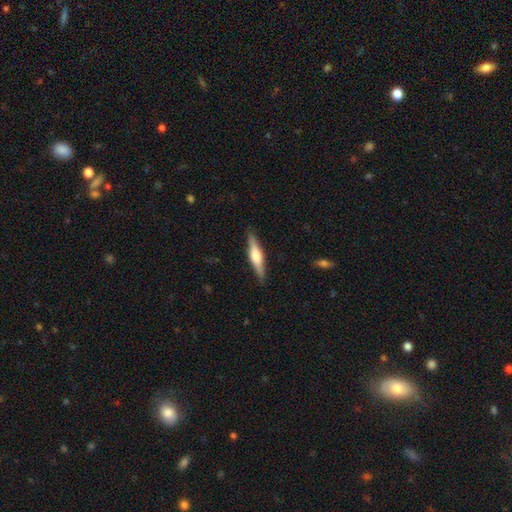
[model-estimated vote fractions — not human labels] This appears to be a featured or disk galaxy (56%) viewed edge-on (97%) with a rounded central bulge (79%). Merging: none (89%).